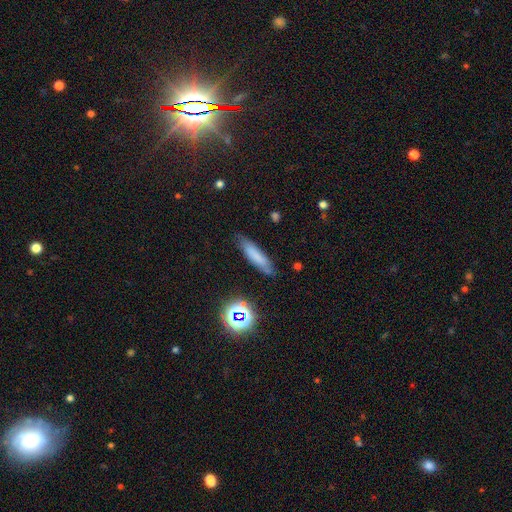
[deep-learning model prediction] A smooth galaxy with no disk features (69%) that is cigar-shaped (77%).

Vote fractions:
- Smooth or featured? smooth: 69% / featured or disk: 18% / star or artifact: 13%
- How rounded? cigar-shaped: 77% / in between: 21% / round: 2%
- Merging? none: 78% / minor disturbance: 16% / major disturbance: 4% / merger: 3%